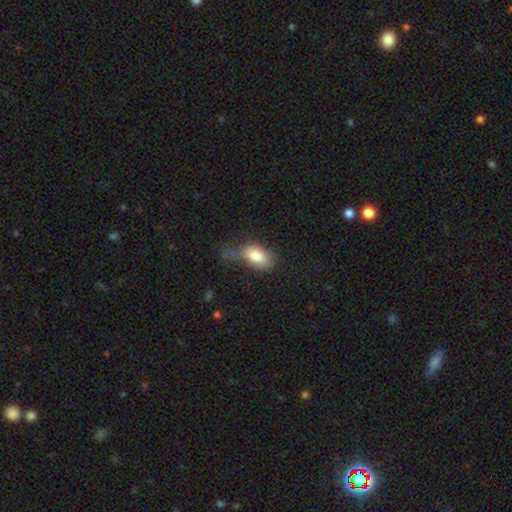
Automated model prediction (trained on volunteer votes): Morphology: type=smooth (81%); roundness=in between (89%); merging=none (33%, tied with minor disturbance).